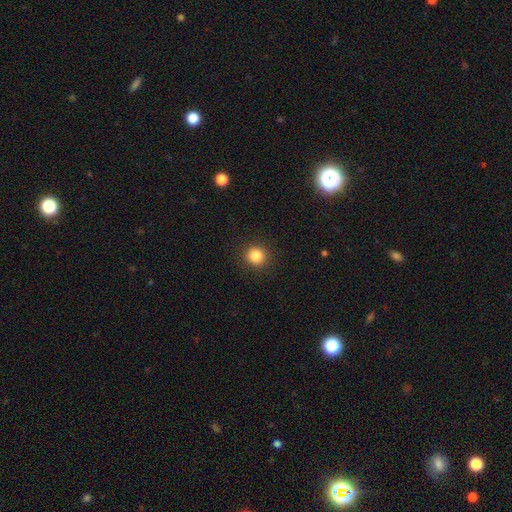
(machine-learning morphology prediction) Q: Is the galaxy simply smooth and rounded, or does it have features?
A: smooth — 85%.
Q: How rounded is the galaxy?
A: round — 92%.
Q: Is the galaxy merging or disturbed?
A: none — 91%.